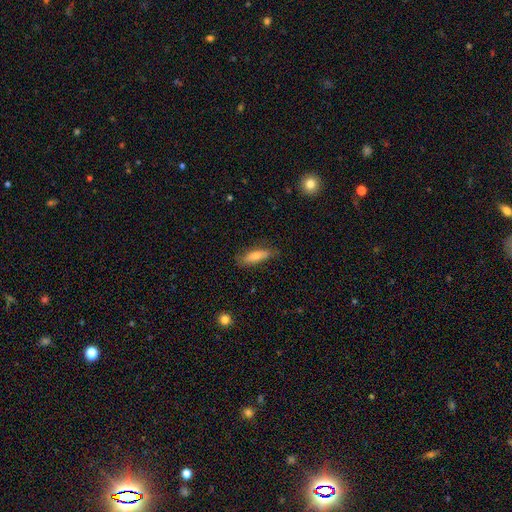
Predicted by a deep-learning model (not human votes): smooth_or_featured: smooth (p=0.66) [alt: featured or disk p=0.27]
how_rounded: cigar-shaped (p=0.51) [alt: in between p=0.46]
merging: none (p=0.79) [alt: minor disturbance p=0.17]